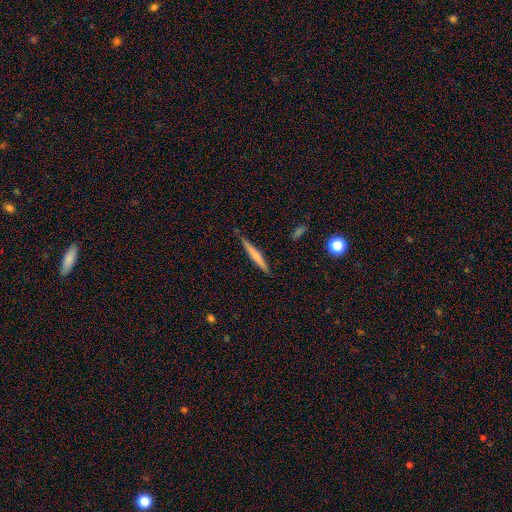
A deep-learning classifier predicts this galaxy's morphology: Smooth or featured? smooth (59%)
How rounded? cigar-shaped (96%)
Merging? none (88%)